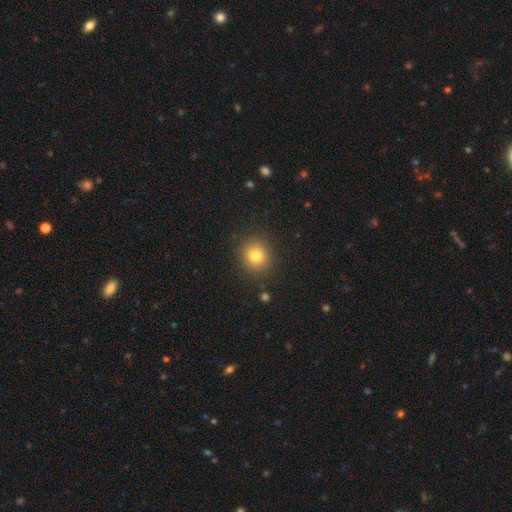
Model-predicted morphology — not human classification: A smooth galaxy with no disk features (81%) that is round (84%).

Vote fractions:
- Smooth or featured? smooth: 81% / star or artifact: 12% / featured or disk: 7%
- How rounded? round: 84% / in between: 16% / cigar-shaped: 1%
- Merging? none: 88% / minor disturbance: 7% / major disturbance: 3% / merger: 1%